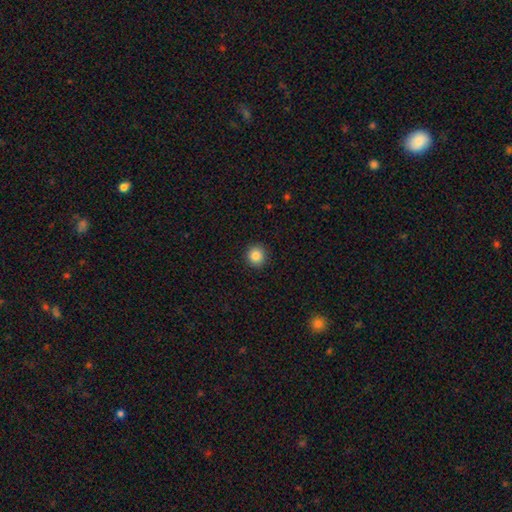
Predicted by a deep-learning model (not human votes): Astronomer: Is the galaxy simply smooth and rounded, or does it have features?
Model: smooth — 87%.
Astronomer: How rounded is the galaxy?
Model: round — 92%.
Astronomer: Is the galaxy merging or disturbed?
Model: none — 91%.